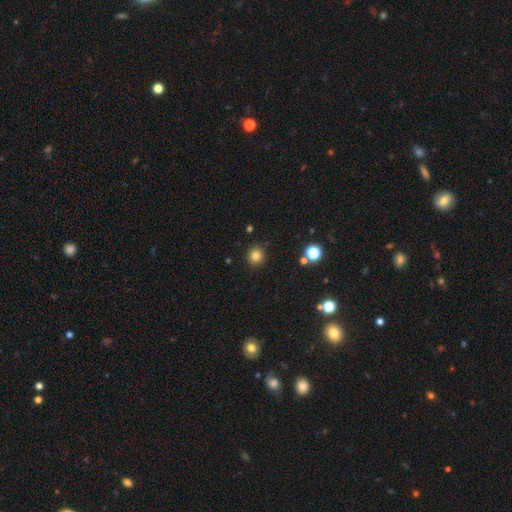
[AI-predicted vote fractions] Smooth or featured? Predicted: smooth (p=0.82). How rounded? Predicted: round (p=0.92). Merging? Predicted: none (p=0.89).